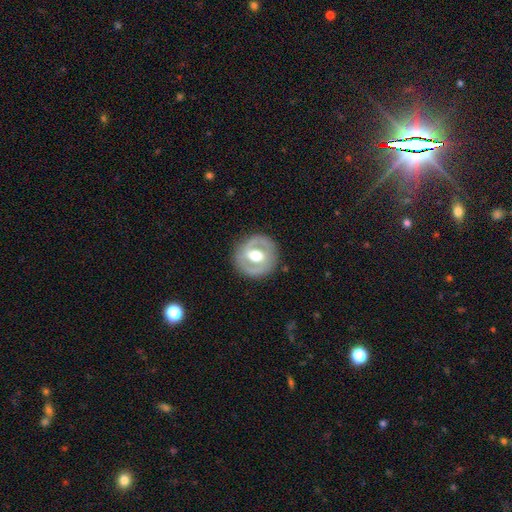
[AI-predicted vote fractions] Overall: featured or disk (67%; smooth 28%). Edge-on disk: no (96%). Bar: weak (41%; no 33%). Spiral arms: no (53%; yes 47%). Bulge size: moderate (66%). Merging: none (84%).